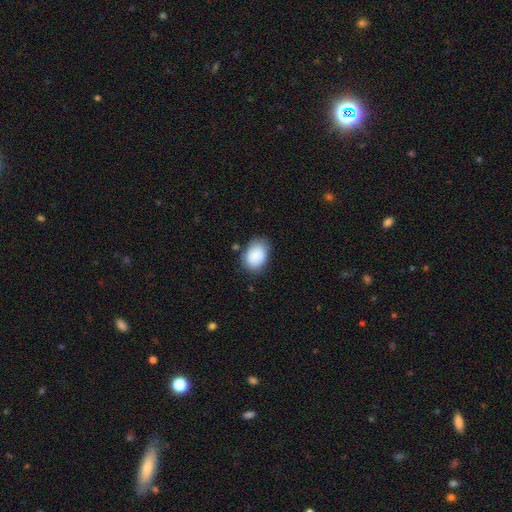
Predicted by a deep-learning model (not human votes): smooth-or-featured: smooth: 86% | star or artifact: 7% | featured or disk: 7%
  how-rounded: in between: 75% | round: 24% | cigar-shaped: 1%
  merging: none: 72% | minor disturbance: 20% | major disturbance: 5% | merger: 3%